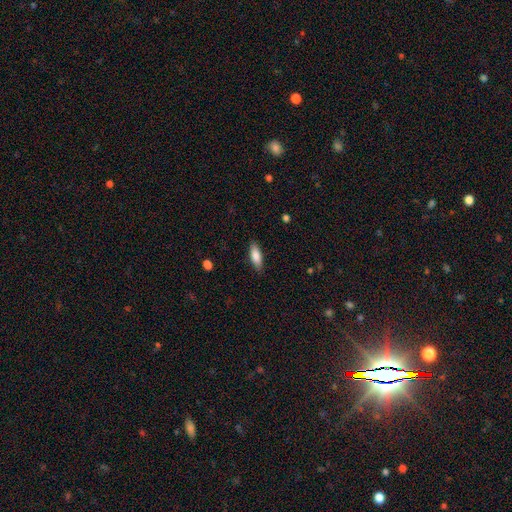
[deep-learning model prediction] This appears to be a smooth galaxy with no disk features (84%) that is in between round and cigar-shaped (67%). Merging: none (87%).